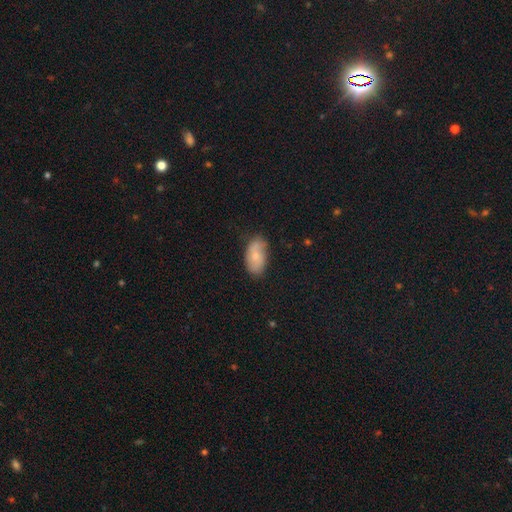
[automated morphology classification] This appears to be a smooth galaxy with no disk features (70%) that is in between round and cigar-shaped (93%). Merging: none (66%).